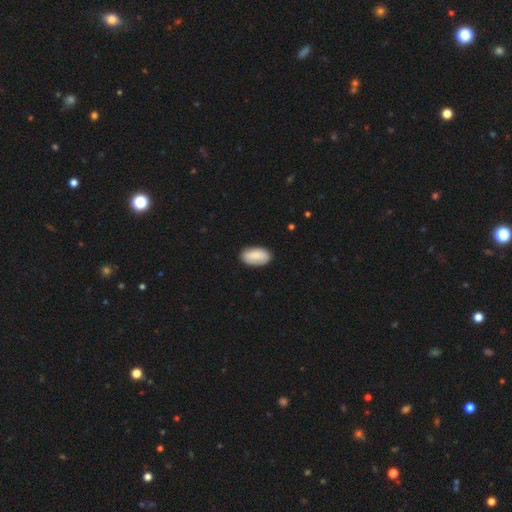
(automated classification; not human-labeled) A smooth galaxy with no disk features (84%) that is in between round and cigar-shaped (95%). Merging: none (85%).